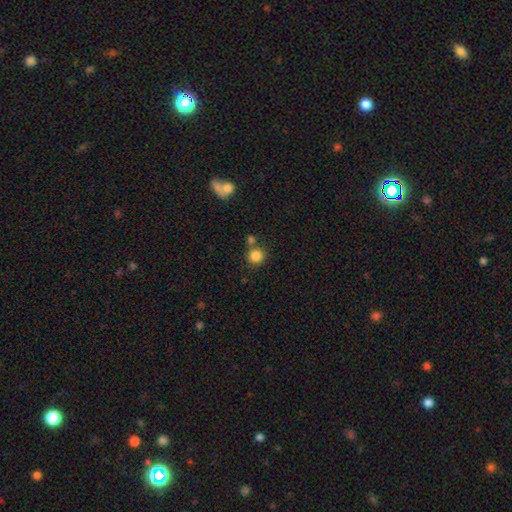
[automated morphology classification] Overall: smooth (84%). How rounded: round (91%). Merging: none (69%).